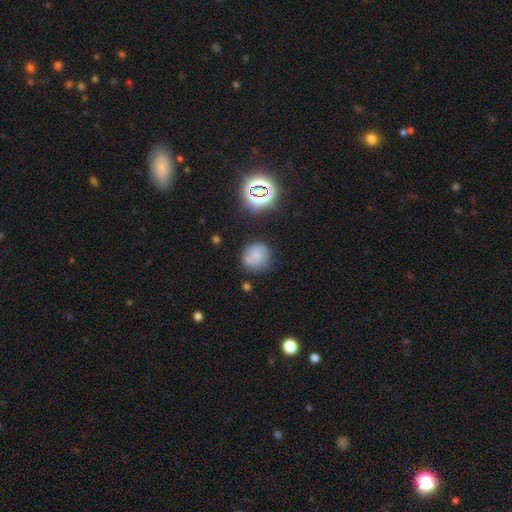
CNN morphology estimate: type=smooth (60%); roundness=round (86%); merging=none (67%).